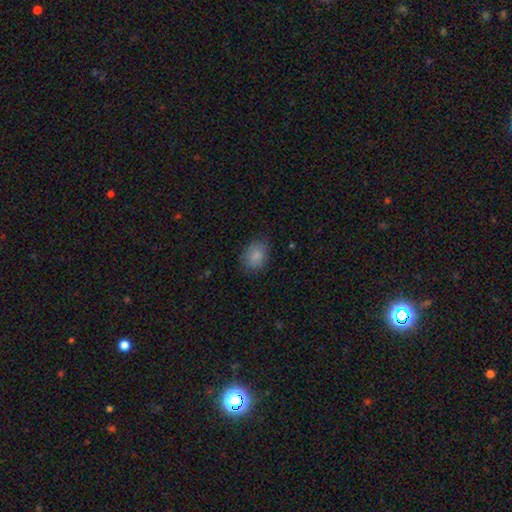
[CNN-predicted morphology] Smooth or featured? smooth (86%)
How rounded? in between (69%)
Merging? none (78%)